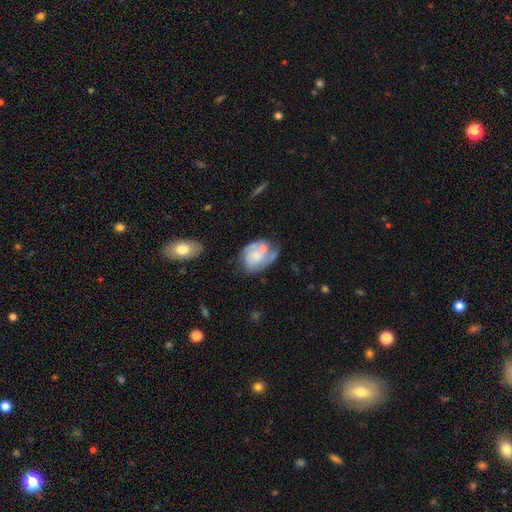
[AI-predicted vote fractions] This is possibly a featured or disk galaxy (50%). It is clearly not viewed edge-on (97%). Merging: marginally none (35%).